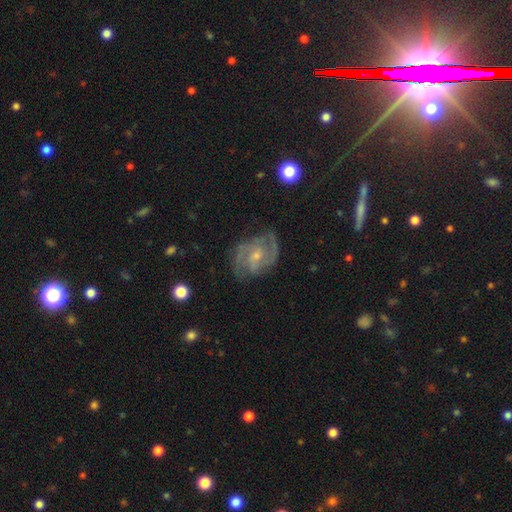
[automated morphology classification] Smooth or featured: featured or disk — 86% (smooth — 8%)
Edge-on disk: no — 98% (yes — 2%)
Bar: no — 48% (weak — 43%)
Spiral arms: yes — 96% (no — 4%)
Spiral winding: medium — 52% (tight — 34%)
Spiral arm count: 2 — 61% (3 — 16%)
Bulge size: small — 65% (moderate — 29%)
Merging: none — 72% (minor disturbance — 19%)